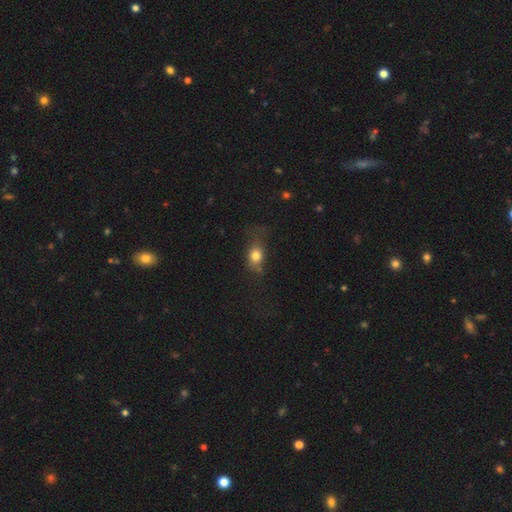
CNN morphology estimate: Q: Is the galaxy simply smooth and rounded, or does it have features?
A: smooth — 77%.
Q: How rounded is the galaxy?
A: in between — 55%.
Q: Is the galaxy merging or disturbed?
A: none — 44%.